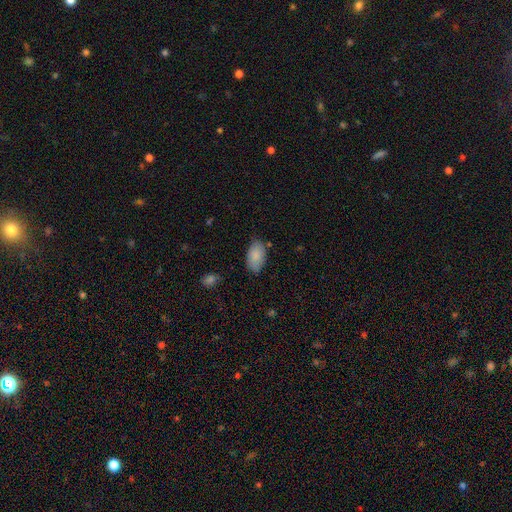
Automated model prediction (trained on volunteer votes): Morphology: type=smooth (87%); roundness=in between (94%); merging=none (78%).